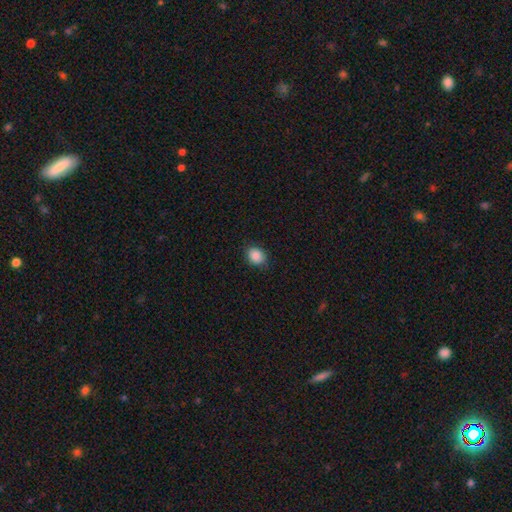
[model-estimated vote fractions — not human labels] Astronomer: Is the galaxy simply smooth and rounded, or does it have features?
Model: smooth — 88%.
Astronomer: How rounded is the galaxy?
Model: round — 58% (runner-up: in between, 41%).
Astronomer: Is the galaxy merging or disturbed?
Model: none — 83%.